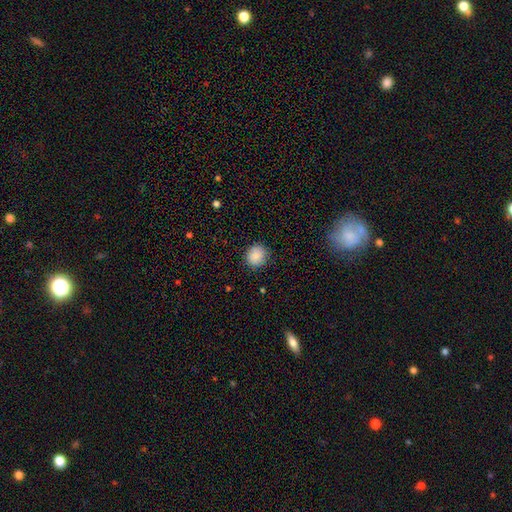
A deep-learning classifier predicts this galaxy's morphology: type=smooth (88%); roundness=round (85%); merging=none (88%).